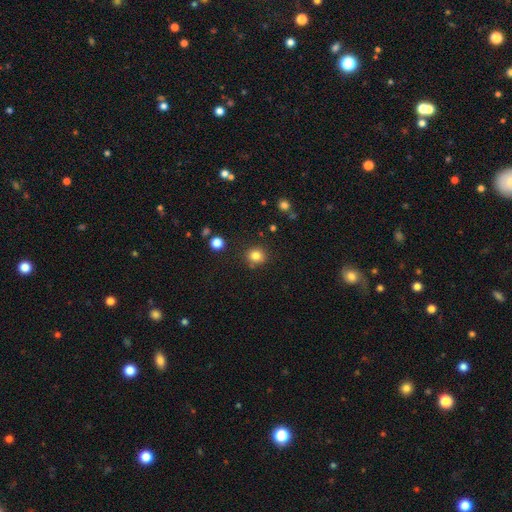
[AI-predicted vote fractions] Q: Smooth or featured?
A: smooth (83%); runner-up: star or artifact (12%)
Q: How rounded?
A: round (88%); runner-up: in between (11%)
Q: Merging?
A: none (84%); runner-up: minor disturbance (9%)